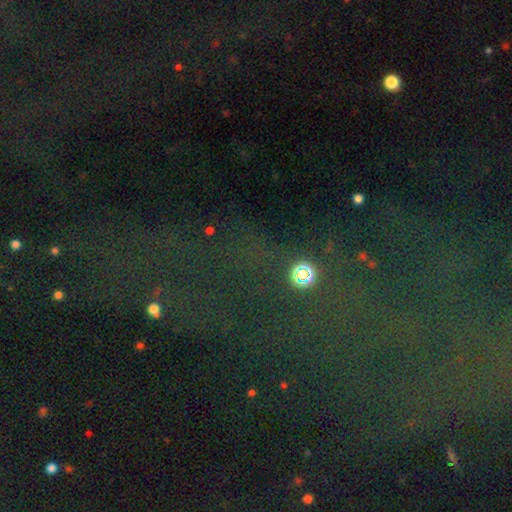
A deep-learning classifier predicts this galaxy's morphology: Smooth or featured?
  - star or artifact: 69% *
  - smooth: 18%
  - featured or disk: 13%